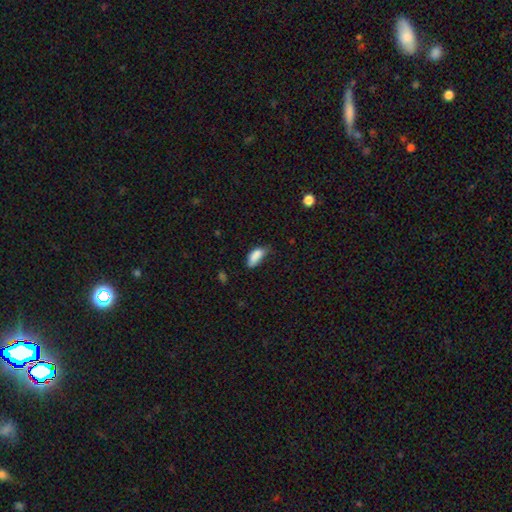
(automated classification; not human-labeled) A smooth galaxy with no disk features (84%) that is in between round and cigar-shaped (87%).

Vote fractions:
- Smooth or featured? smooth: 84% / star or artifact: 8% / featured or disk: 8%
- How rounded? in between: 87% / cigar-shaped: 10% / round: 3%
- Merging? minor disturbance: 42% / none: 38% / major disturbance: 15% / merger: 5%